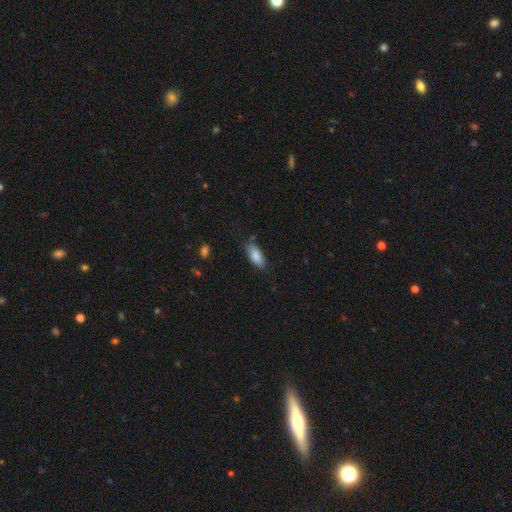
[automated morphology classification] A smooth galaxy with no disk features (86%) that is in between round and cigar-shaped (84%). Merging: none (77%).